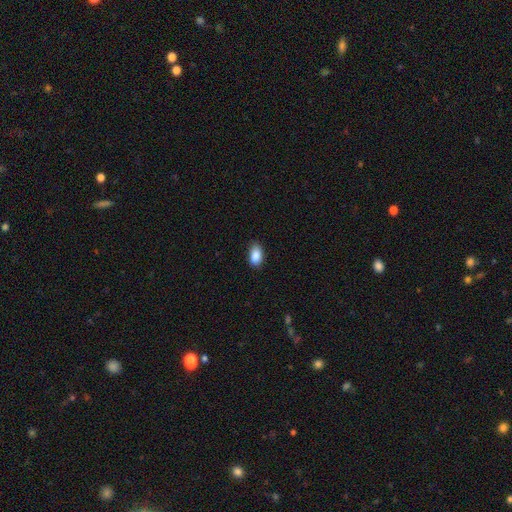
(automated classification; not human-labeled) Smooth or featured? smooth (89%)
How rounded? in between (93%)
Merging? none (84%)